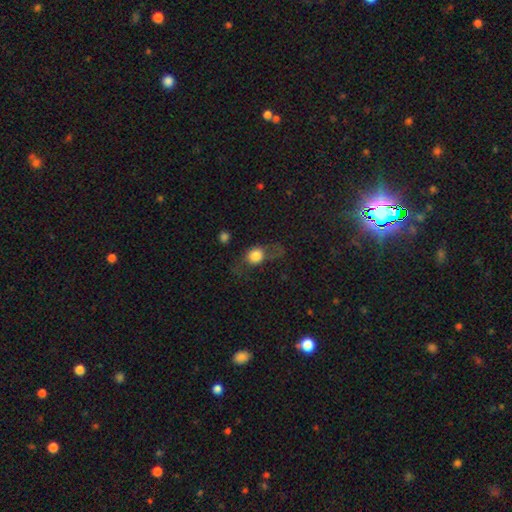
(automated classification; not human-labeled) The model was most divided on "how rounded": round: 63%, in between: 33%, cigar-shaped: 4%. More confident: smooth or featured — smooth (69%); merging — none (55%).